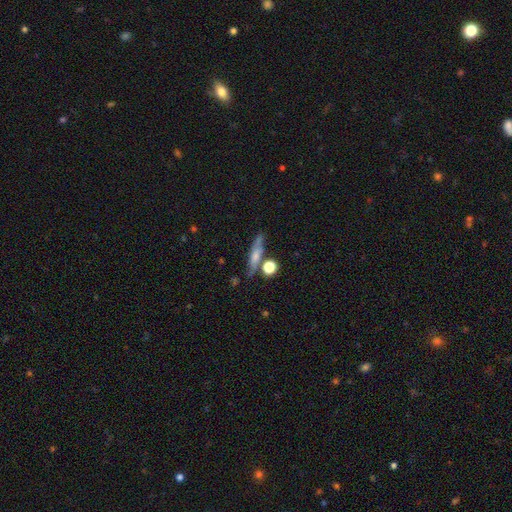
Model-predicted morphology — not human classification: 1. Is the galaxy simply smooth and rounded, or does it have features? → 50% smooth, 40% featured or disk, 10% star or artifact.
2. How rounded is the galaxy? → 69% cigar-shaped, 20% in between, 11% round.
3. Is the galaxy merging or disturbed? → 62% none, 18% minor disturbance, 13% merger, 7% major disturbance.